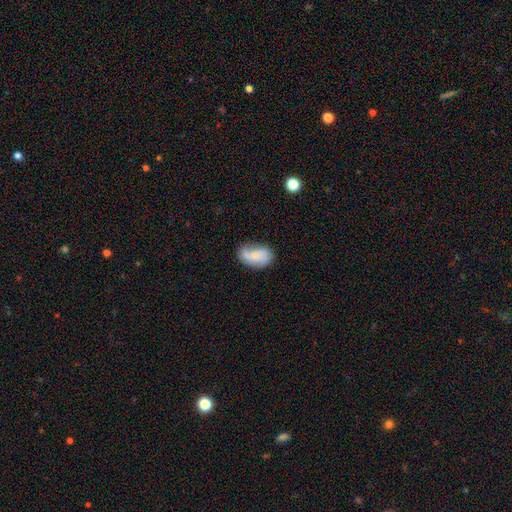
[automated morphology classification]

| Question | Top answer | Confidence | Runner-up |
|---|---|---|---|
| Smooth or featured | smooth | 54% | featured or disk (39%) |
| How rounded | in between | 88% | round (10%) |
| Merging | none | 55% | minor disturbance (29%) |